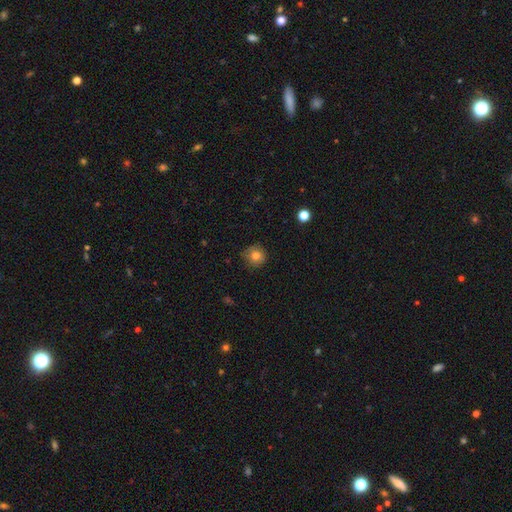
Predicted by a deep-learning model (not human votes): Overall: smooth (79%). How rounded: round (91%). Merging: none (77%).